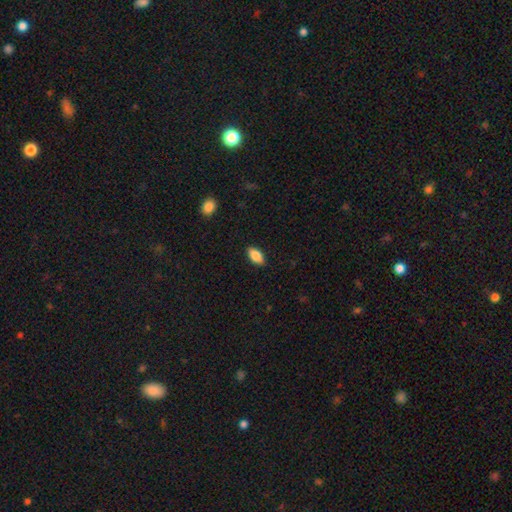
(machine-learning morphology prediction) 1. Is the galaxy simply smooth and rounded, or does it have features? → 82% smooth, 11% featured or disk, 7% star or artifact.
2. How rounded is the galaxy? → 90% in between, 7% cigar-shaped, 3% round.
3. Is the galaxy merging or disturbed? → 89% none, 8% minor disturbance, 2% major disturbance, 1% merger.